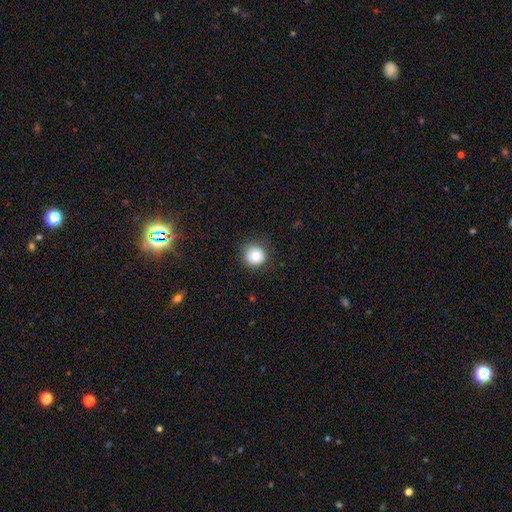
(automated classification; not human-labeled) The model was most divided on "smooth or featured": smooth: 80%, featured or disk: 10%, star or artifact: 10%. More confident: how rounded — round (93%); merging — none (86%).